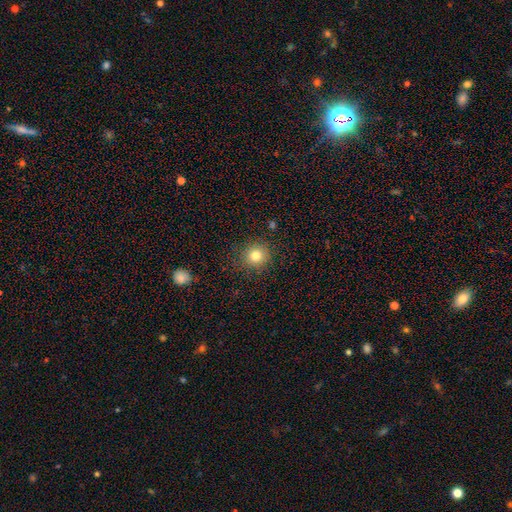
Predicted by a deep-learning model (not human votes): This appears to be a smooth galaxy with no disk features (80%) that is round (89%). Merging: none (87%).